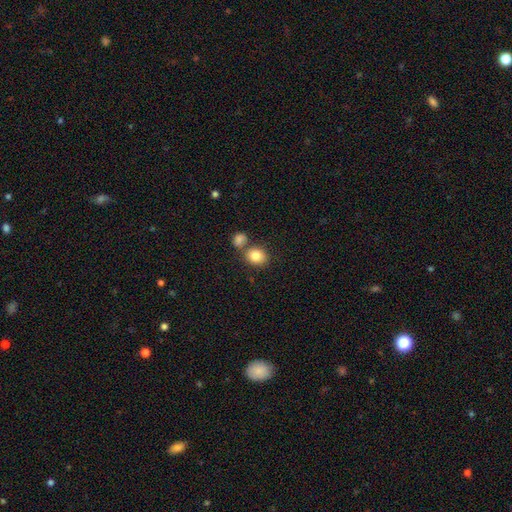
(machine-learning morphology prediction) A smooth galaxy with no disk features (83%) that is round (63%).

Vote fractions:
- Smooth or featured? smooth: 83% / star or artifact: 9% / featured or disk: 7%
- How rounded? round: 63% / in between: 36% / cigar-shaped: 1%
- Merging? none: 62% / merger: 25% / minor disturbance: 10% / major disturbance: 3%